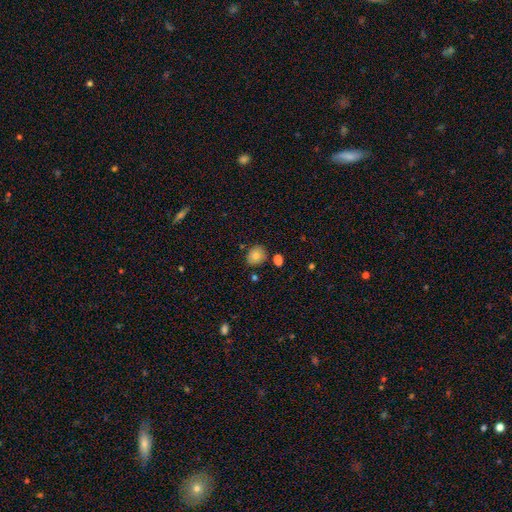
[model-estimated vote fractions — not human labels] Smooth or featured?
  - smooth: 80% *
  - star or artifact: 10%
  - featured or disk: 9%
How rounded?
  - round: 64% *
  - in between: 35%
  - cigar-shaped: 1%
Merging?
  - none: 77% *
  - minor disturbance: 13%
  - merger: 7%
  - major disturbance: 3%